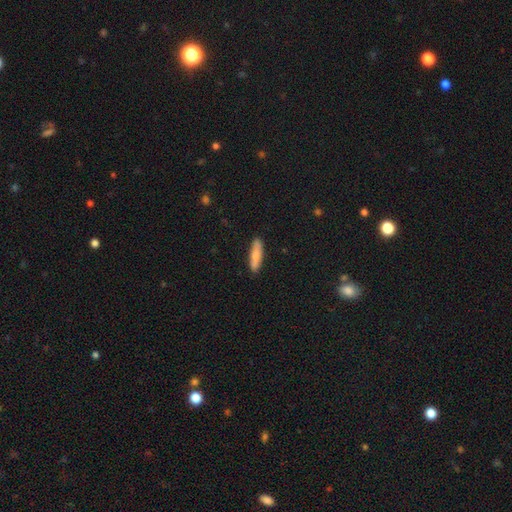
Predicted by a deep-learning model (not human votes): A smooth galaxy with no disk features (77%) that is cigar-shaped (72%).

Vote fractions:
- Smooth or featured? smooth: 77% / featured or disk: 18% / star or artifact: 6%
- How rounded? cigar-shaped: 72% / in between: 26% / round: 2%
- Merging? none: 87% / minor disturbance: 10% / major disturbance: 2% / merger: 1%